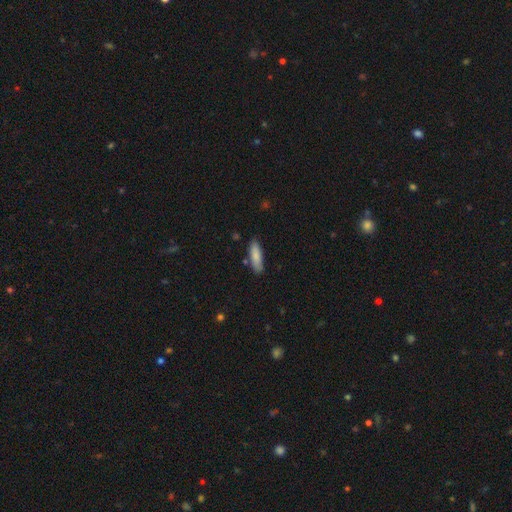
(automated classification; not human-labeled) Smooth or featured? smooth (84%)
How rounded? cigar-shaped (54%)
Merging? none (81%)